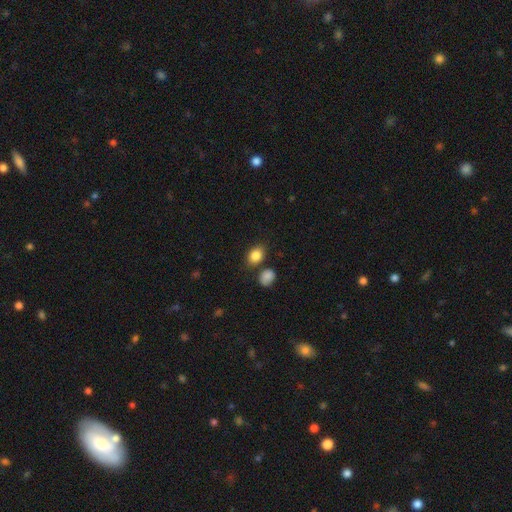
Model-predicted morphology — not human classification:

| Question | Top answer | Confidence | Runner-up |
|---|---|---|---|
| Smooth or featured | smooth | 85% | star or artifact (9%) |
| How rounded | in between | 67% | round (32%) |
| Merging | none | 74% | minor disturbance (13%) |